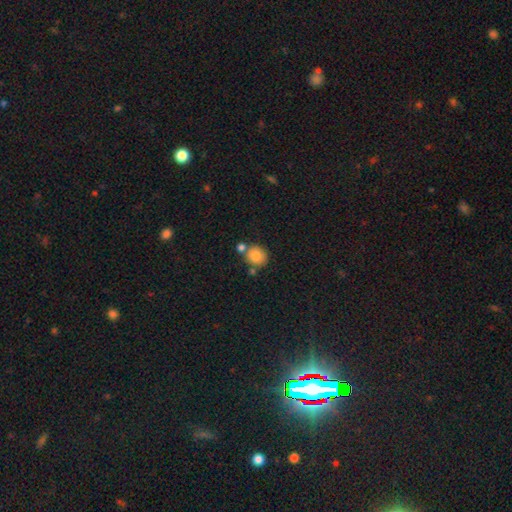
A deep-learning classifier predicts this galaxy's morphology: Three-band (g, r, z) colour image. It shows a smooth galaxy with no disk features (84%) that is round (75%). Merging: none (61%).